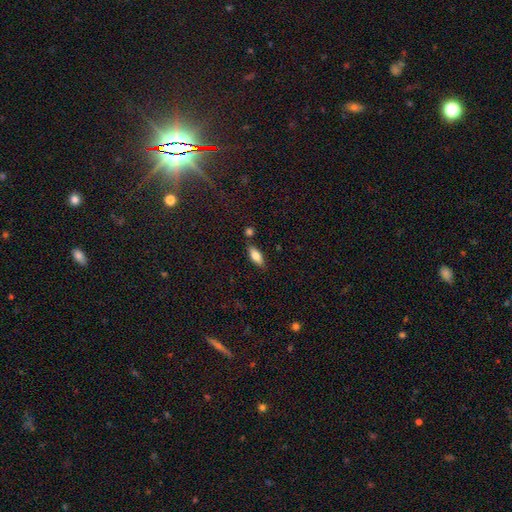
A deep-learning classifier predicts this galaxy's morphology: Smooth or featured?
  - smooth: 75% *
  - featured or disk: 18%
  - star or artifact: 7%
How rounded?
  - in between: 73% *
  - cigar-shaped: 25%
  - round: 2%
Merging?
  - none: 80% *
  - minor disturbance: 12%
  - merger: 6%
  - major disturbance: 3%